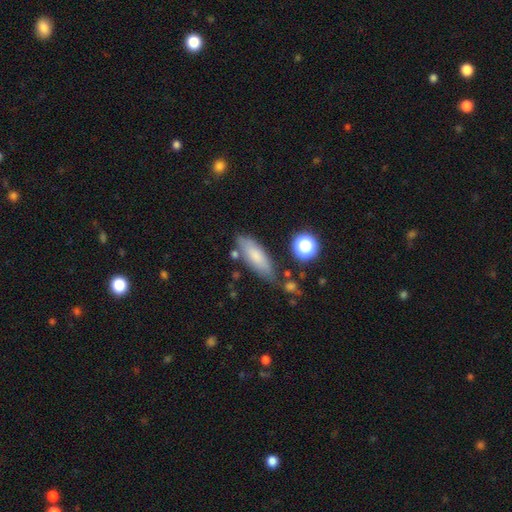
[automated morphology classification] The model was most divided on "how rounded": in between: 57%, cigar-shaped: 40%, round: 3%. More confident: smooth or featured — smooth (74%); merging — none (71%).